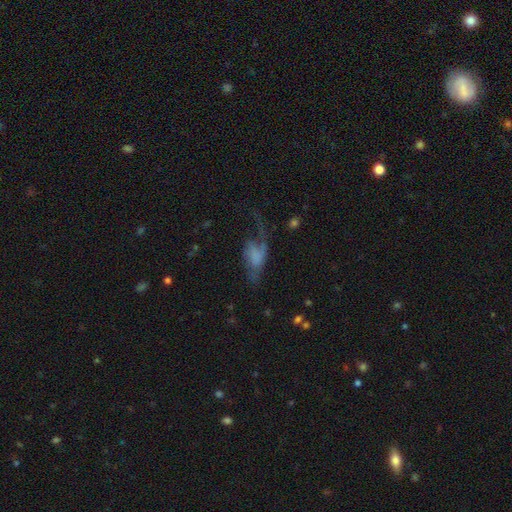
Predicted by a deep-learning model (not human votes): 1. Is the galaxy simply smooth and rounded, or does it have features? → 47% featured or disk, 42% smooth, 11% star or artifact.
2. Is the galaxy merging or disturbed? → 56% major disturbance, 23% none, 17% minor disturbance, 5% merger.